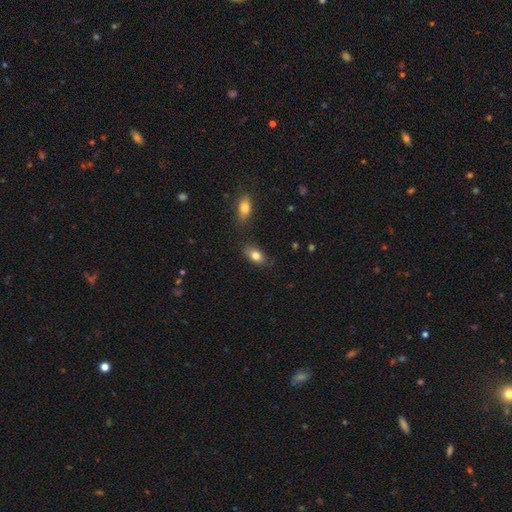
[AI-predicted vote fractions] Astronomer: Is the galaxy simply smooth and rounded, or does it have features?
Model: smooth — 81%.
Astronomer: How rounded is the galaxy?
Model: in between — 87%.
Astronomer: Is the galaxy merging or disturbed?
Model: none — 76%.